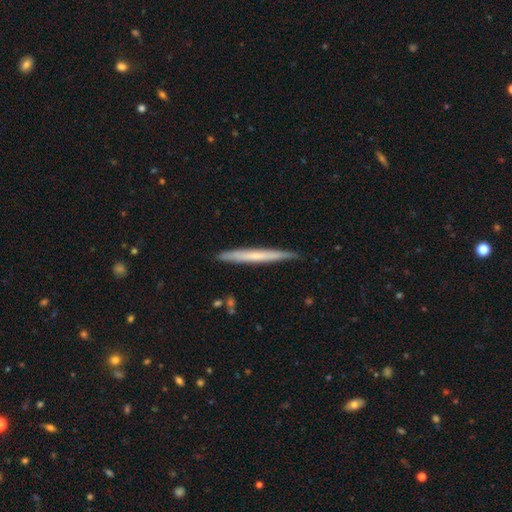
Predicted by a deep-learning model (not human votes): Smooth or featured?
  - smooth: 49% *
  - featured or disk: 46%
  - star or artifact: 5%
Merging?
  - none: 89% *
  - minor disturbance: 9%
  - major disturbance: 1%
  - merger: 1%